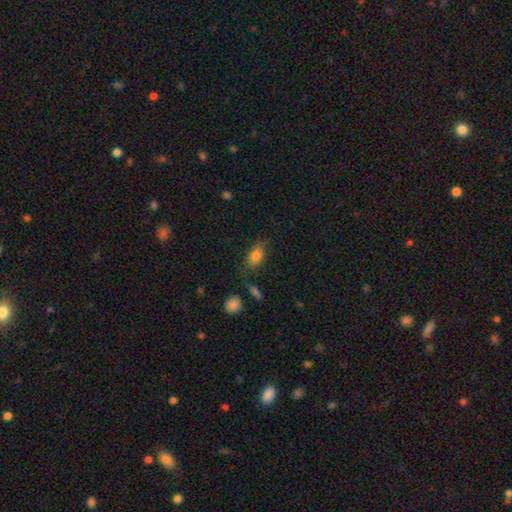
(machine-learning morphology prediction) smooth 81%, featured or disk 10%, star or artifact 8%. Down the decision tree: how rounded — in between (88%); merging — none (69%).